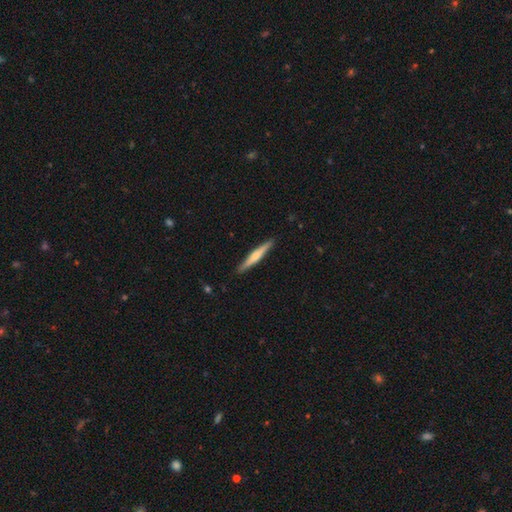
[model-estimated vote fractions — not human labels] Q: Smooth or featured?
A: featured or disk (51%); runner-up: smooth (44%)
Q: Edge-on disk?
A: yes (97%); runner-up: no (3%)
Q: Merging?
A: none (90%); runner-up: minor disturbance (7%)